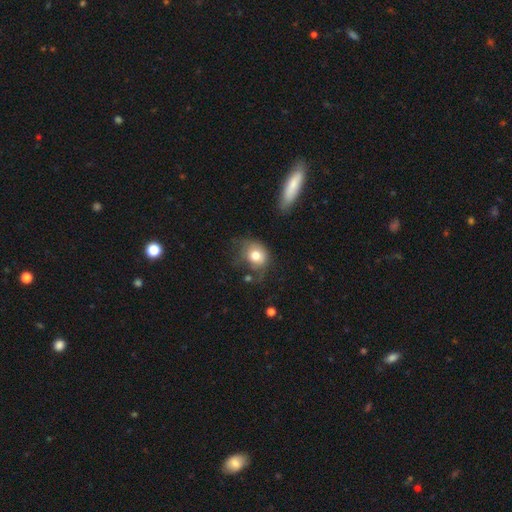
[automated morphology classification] type=smooth (73%); roundness=round (64%); merging=none (38%).